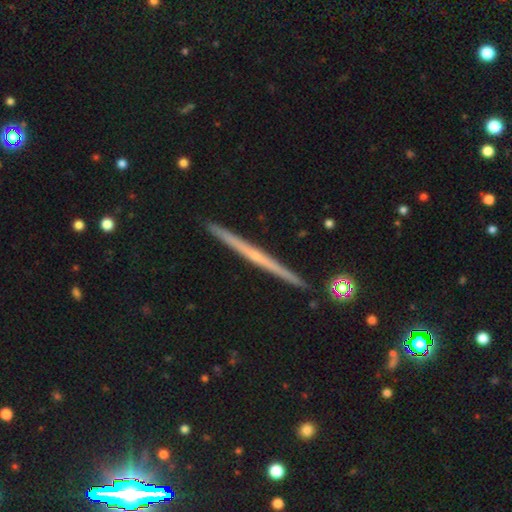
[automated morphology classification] Q: Smooth or featured?
A: featured or disk (70%); runner-up: smooth (23%)
Q: Edge-on disk?
A: yes (98%); runner-up: no (2%)
Q: Edge-on bulge?
A: none (69%); runner-up: rounded (26%)
Q: Merging?
A: none (93%); runner-up: minor disturbance (5%)